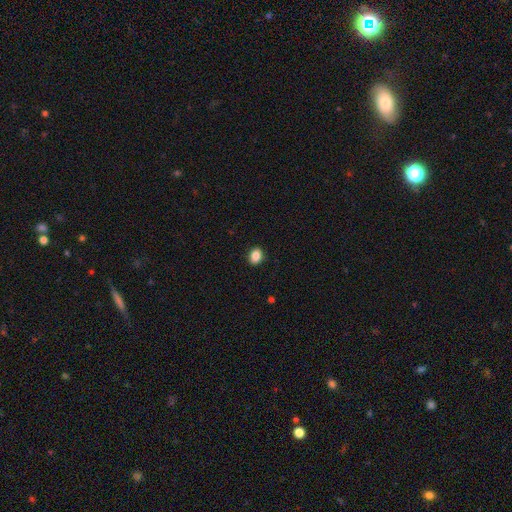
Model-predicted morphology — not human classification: A smooth galaxy with no disk features (87%) that is in between round and cigar-shaped (59%).

Vote fractions:
- Smooth or featured? smooth: 87% / star or artifact: 9% / featured or disk: 3%
- How rounded? in between: 59% / round: 40% / cigar-shaped: 1%
- Merging? none: 90% / minor disturbance: 7% / major disturbance: 2% / merger: 1%